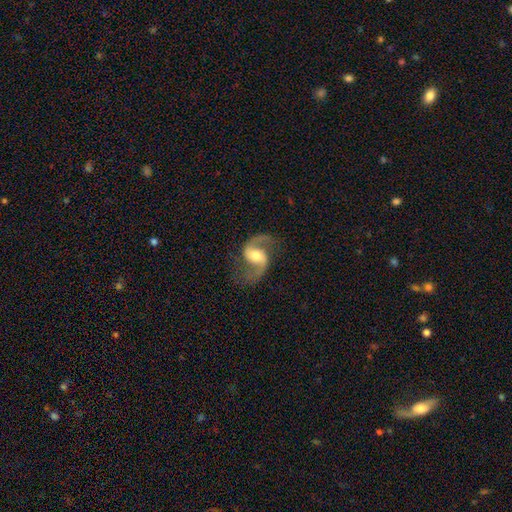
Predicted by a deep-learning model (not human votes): This appears to be a featured or disk galaxy (91%) with a weak bar (44%), 2 (94%) loose (53%) spiral arms (98%) and a moderate central bulge (62%). Merging: none (77%).